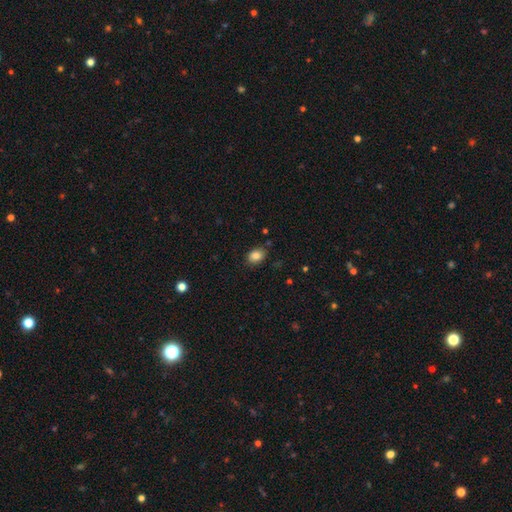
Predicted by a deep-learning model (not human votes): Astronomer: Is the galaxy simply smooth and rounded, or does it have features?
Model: smooth — 85%.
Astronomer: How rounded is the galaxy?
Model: in between — 75%.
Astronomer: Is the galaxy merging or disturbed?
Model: none — 82%.